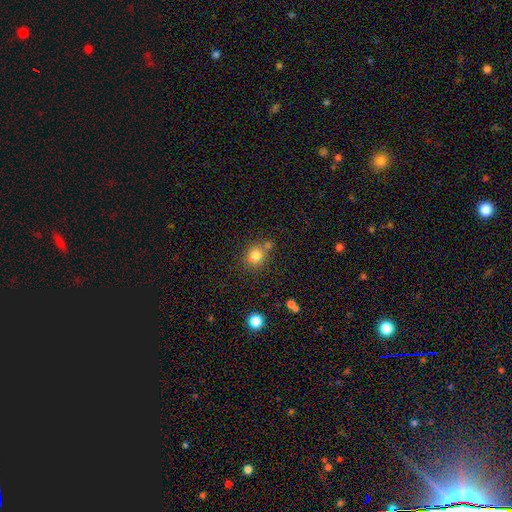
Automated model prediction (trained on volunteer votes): smooth 78%, star or artifact 13%, featured or disk 9%. Down the decision tree: how rounded — round (70%); merging — none (58%).